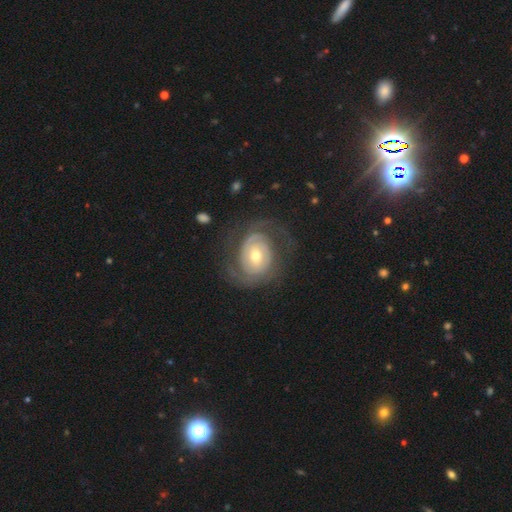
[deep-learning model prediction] A featured or disk galaxy (88%) with no bar (60%), 2 (64%) tight (62%) spiral arms (95%) and a moderate central bulge (63%).

Vote fractions:
- Smooth or featured? featured or disk: 88% / smooth: 8% / star or artifact: 5%
- Edge-on disk? no: 98% / yes: 2%
- Bar? no: 60% / weak: 31% / strong: 9%
- Spiral arms? yes: 95% / no: 5%
- Spiral winding? tight: 62% / medium: 28% / loose: 10%
- Spiral arm count? 2: 64% / can't tell: 15% / 3: 10% / 1: 5% / 4: 3% / more than 4: 3%
- Bulge size? moderate: 63% / small: 30% / large: 4% / none: 1% / dominant: 1%
- Merging? none: 71% / minor disturbance: 15% / major disturbance: 12% / merger: 1%